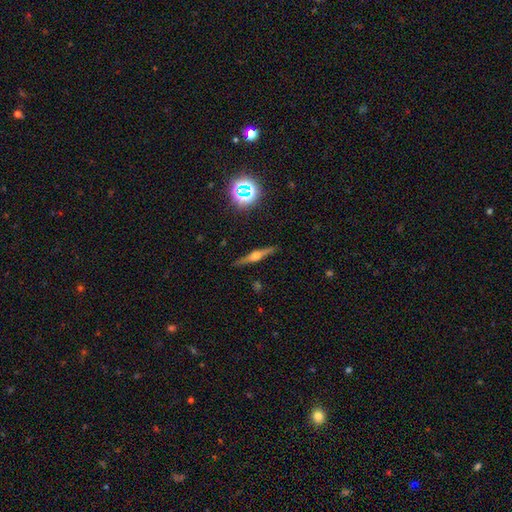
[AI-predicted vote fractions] This appears to be a featured or disk galaxy (68%) viewed edge-on (97%) with a rounded central bulge (79%). Merging: none (88%).